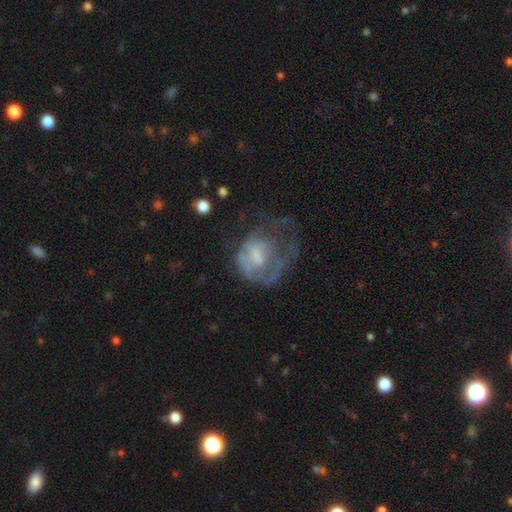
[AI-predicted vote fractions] smooth-or-featured: featured or disk: 52% | smooth: 37% | star or artifact: 11%
  disk-edge-on: no: 97% | yes: 3%
    bar: no: 64% | weak: 30% | strong: 6%
    has-spiral-arms: no: 67% | yes: 33%
    bulge-size: moderate: 32% (tied) | small: 32% (tied) | none: 28% | large: 7% | dominant: 1%
  merging: major disturbance: 52% | none: 24% | minor disturbance: 20% | merger: 4%